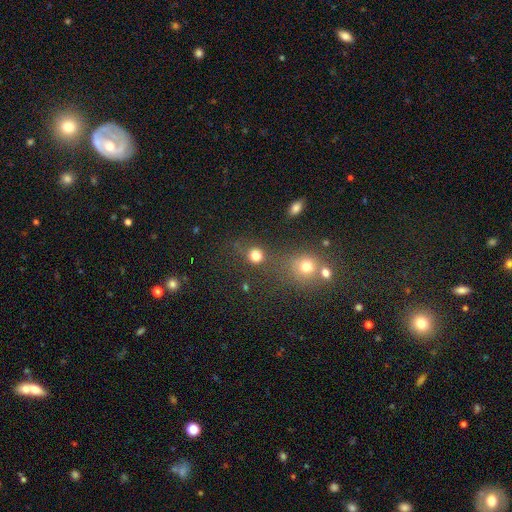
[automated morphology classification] This appears to be a smooth galaxy with no disk features (78%) that is round (86%). Merging: none (70%).